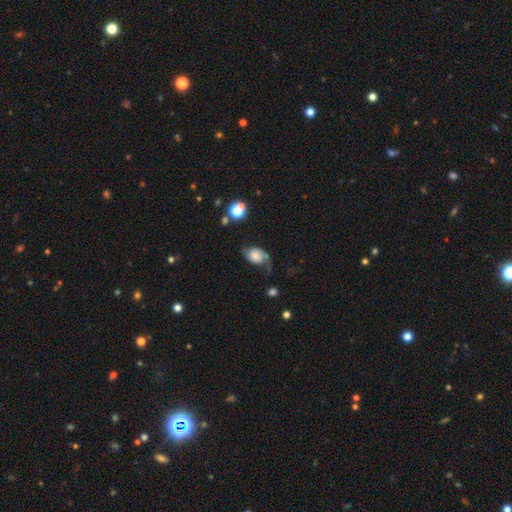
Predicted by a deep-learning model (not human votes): smooth_or_featured: featured or disk (p=0.46) [alt: smooth p=0.44]
merging: none (p=0.36) [alt: major disturbance p=0.34]